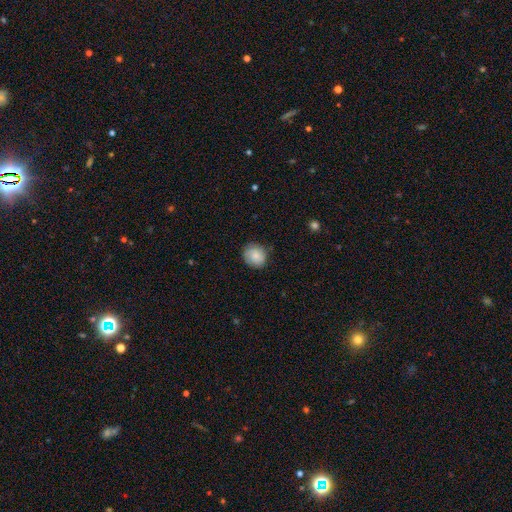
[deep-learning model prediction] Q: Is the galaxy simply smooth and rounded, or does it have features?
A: smooth — 79%.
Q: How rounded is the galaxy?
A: round — 80%.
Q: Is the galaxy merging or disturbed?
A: none — 80%.